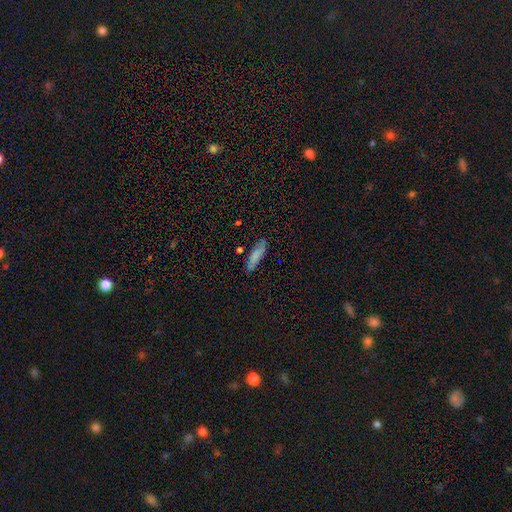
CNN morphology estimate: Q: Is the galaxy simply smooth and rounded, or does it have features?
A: smooth — 76%.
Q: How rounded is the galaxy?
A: cigar-shaped — 63%.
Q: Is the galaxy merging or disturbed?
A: none — 79%.